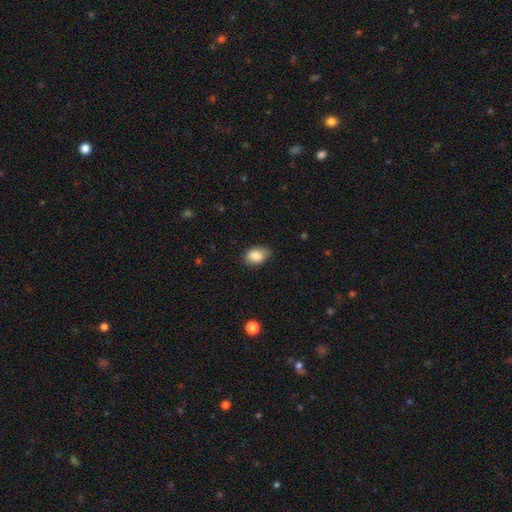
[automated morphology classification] A smooth galaxy with no disk features (87%) that is in between round and cigar-shaped (83%).

Vote fractions:
- Smooth or featured? smooth: 87% / star or artifact: 8% / featured or disk: 6%
- How rounded? in between: 83% / round: 15% / cigar-shaped: 1%
- Merging? none: 74% / minor disturbance: 21% / major disturbance: 4% / merger: 1%